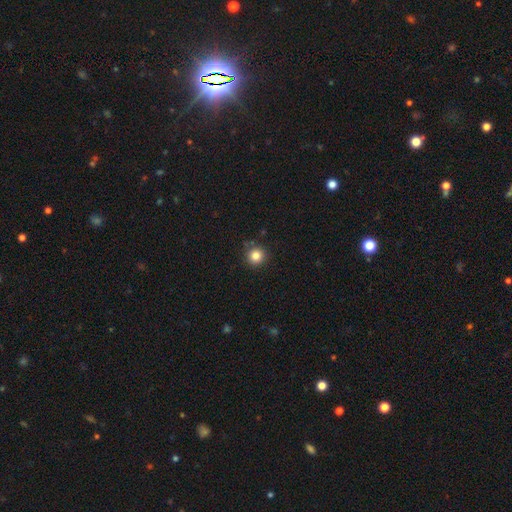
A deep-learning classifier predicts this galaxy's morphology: smooth 83%, star or artifact 12%, featured or disk 5%. Down the decision tree: how rounded — round (95%); merging — none (87%).